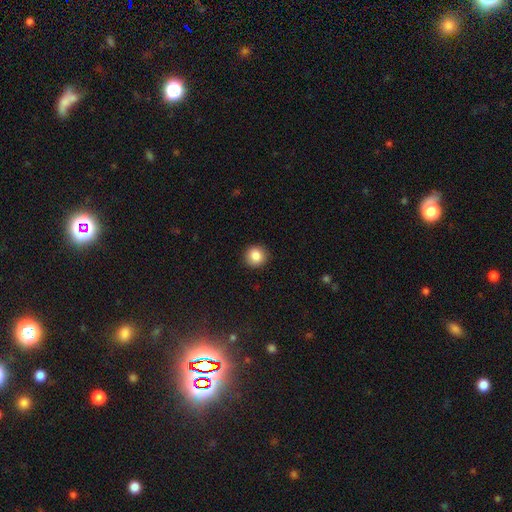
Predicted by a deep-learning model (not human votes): A smooth galaxy with no disk features (86%) that is round (92%). Merging: none (91%).